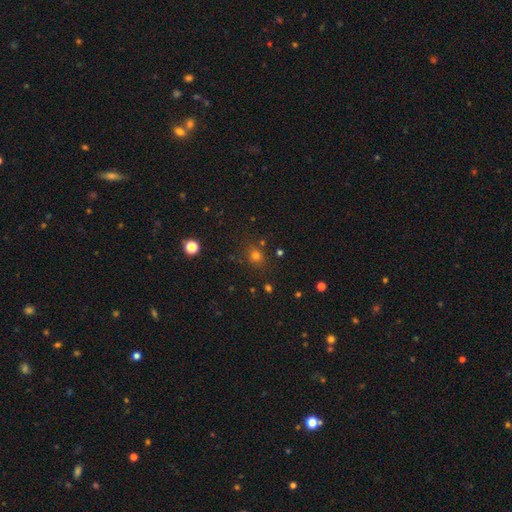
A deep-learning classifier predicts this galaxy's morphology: Smooth or featured? smooth (72%)
How rounded? round (79%)
Merging? none (81%)